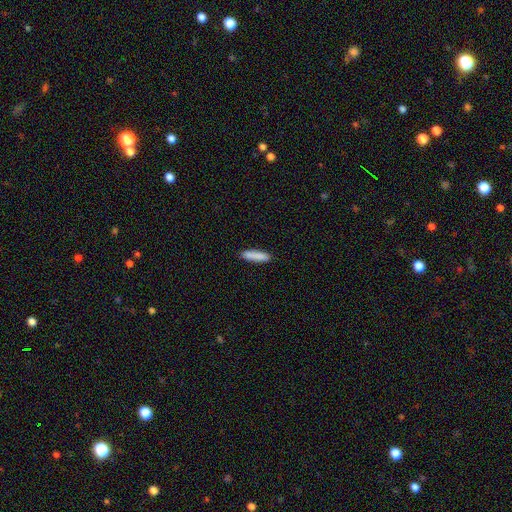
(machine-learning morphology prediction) A smooth galaxy with no disk features (88%) that is cigar-shaped (77%). Merging: none (88%).